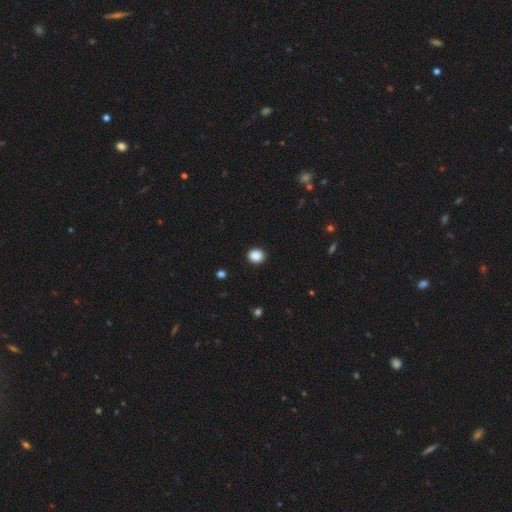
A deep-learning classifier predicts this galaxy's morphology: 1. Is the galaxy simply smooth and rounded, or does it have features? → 88% smooth, 9% star or artifact, 3% featured or disk.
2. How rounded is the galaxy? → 73% round, 26% in between, 1% cigar-shaped.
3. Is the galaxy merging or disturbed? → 91% none, 6% minor disturbance, 2% major disturbance, 1% merger.